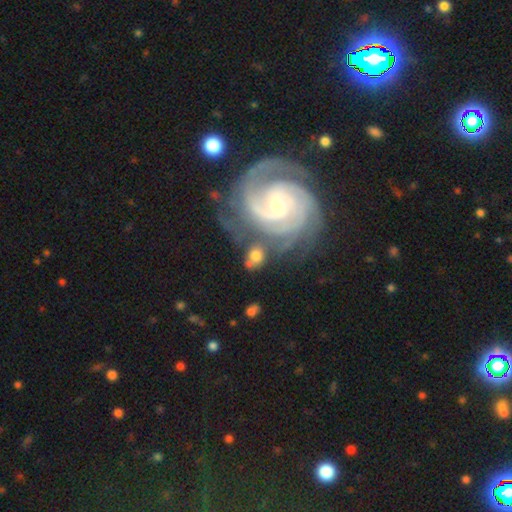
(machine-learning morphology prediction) Q: Smooth or featured?
A: smooth (46%); runner-up: featured or disk (45%)
Q: Merging?
A: none (52%); runner-up: merger (20%)